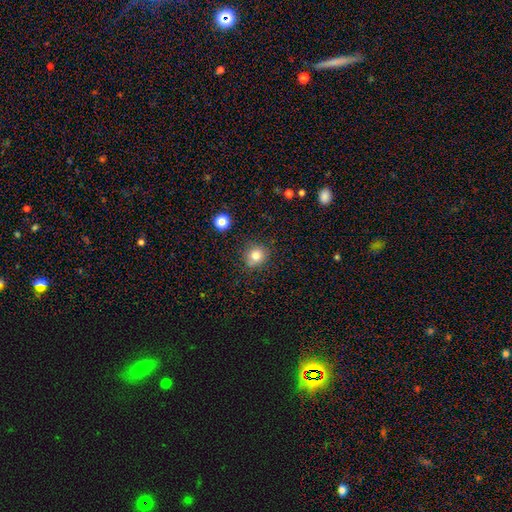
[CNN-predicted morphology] Q: Smooth or featured?
A: smooth (80%); runner-up: star or artifact (12%)
Q: How rounded?
A: round (86%); runner-up: in between (13%)
Q: Merging?
A: none (81%); runner-up: minor disturbance (12%)